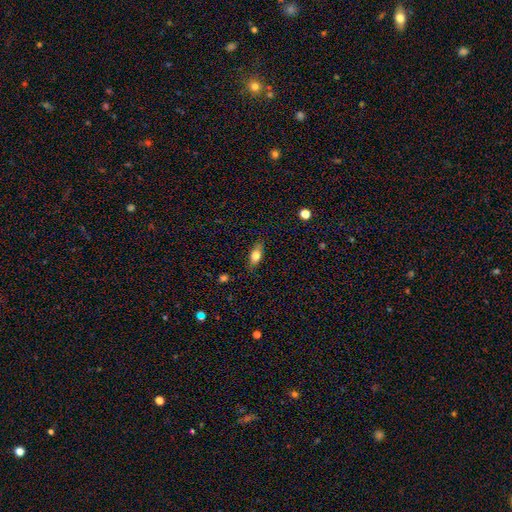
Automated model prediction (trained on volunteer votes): smooth 75%, featured or disk 16%, star or artifact 8%. Down the decision tree: how rounded — in between (78%); merging — none (82%).